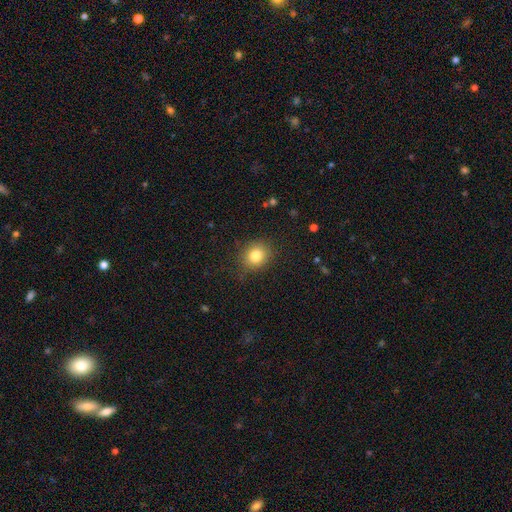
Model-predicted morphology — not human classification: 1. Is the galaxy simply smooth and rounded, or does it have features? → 82% smooth, 11% star or artifact, 7% featured or disk.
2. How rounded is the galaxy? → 77% round, 22% in between, 1% cigar-shaped.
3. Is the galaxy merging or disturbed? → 86% none, 10% minor disturbance, 3% major disturbance, 1% merger.